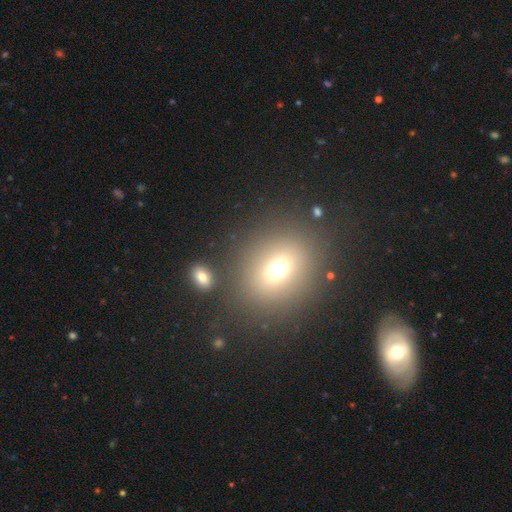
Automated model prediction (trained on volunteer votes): Overall: smooth (65%). How rounded: round (56%; in between 42%). Merging: none (82%).